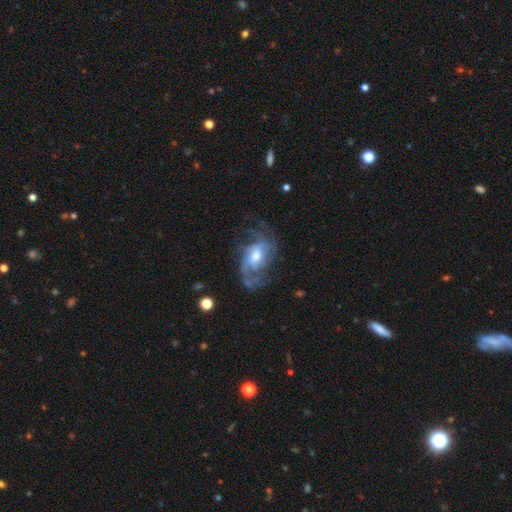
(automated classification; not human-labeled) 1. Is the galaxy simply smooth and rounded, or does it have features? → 82% featured or disk, 12% smooth, 7% star or artifact.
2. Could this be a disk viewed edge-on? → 96% no, 4% yes.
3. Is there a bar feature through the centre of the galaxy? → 55% no, 37% weak, 8% strong.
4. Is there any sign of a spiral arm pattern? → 90% yes, 10% no.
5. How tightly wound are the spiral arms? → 44% medium, 29% loose, 27% tight.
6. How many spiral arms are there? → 33% 2, 29% can't tell, 18% 3, 9% 1, 7% 4, 5% more than 4.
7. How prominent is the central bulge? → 61% moderate, 26% small, 10% large, 2% none, 1% dominant.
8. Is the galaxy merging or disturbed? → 54% none, 25% major disturbance, 20% minor disturbance, 2% merger.